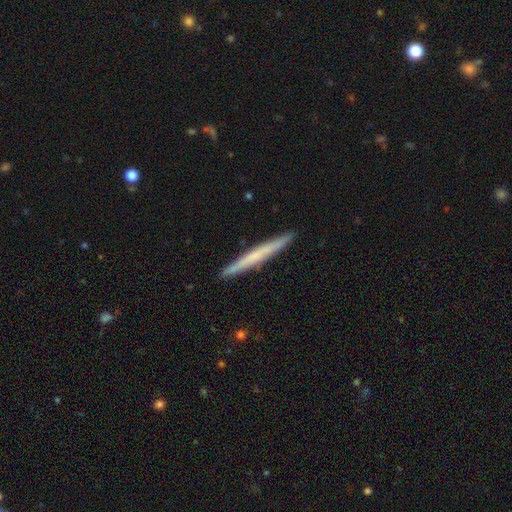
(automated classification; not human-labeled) smooth_or_featured: smooth (p=0.50) [alt: featured or disk p=0.45]
how_rounded: cigar-shaped (p=0.97) [alt: in between p=0.02]
merging: none (p=0.93) [alt: minor disturbance p=0.05]